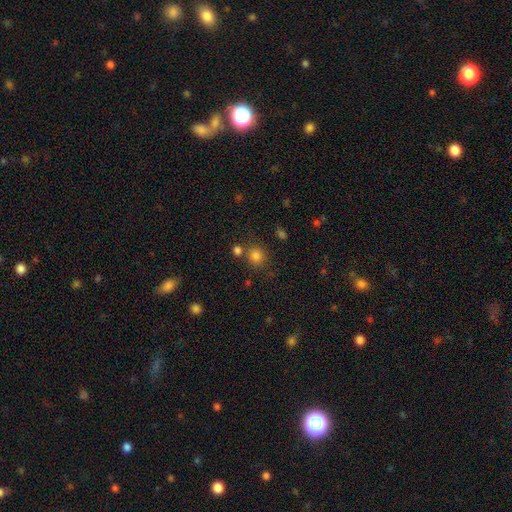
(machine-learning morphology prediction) smooth-or-featured: smooth: 81% | star or artifact: 14% | featured or disk: 5%
  how-rounded: round: 83% | in between: 16% | cigar-shaped: 1%
  merging: none: 74% | merger: 13% | minor disturbance: 9% | major disturbance: 4%